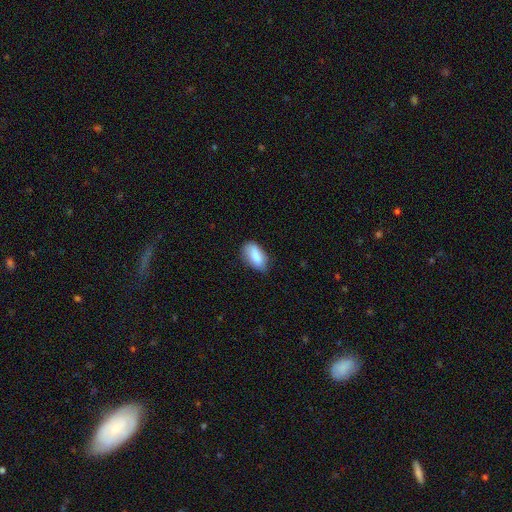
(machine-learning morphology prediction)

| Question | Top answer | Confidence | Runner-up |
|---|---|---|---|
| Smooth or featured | smooth | 84% | featured or disk (9%) |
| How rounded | in between | 91% | cigar-shaped (5%) |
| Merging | none | 71% | minor disturbance (23%) |